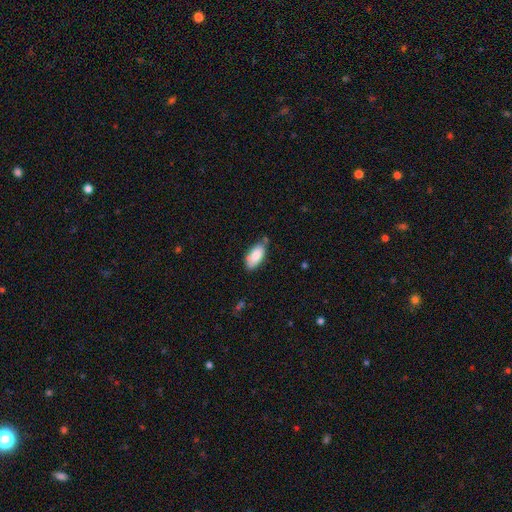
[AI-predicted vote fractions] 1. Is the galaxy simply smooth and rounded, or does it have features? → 85% smooth, 9% featured or disk, 6% star or artifact.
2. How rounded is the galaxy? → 91% in between, 7% cigar-shaped, 2% round.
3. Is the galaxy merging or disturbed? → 69% none, 23% minor disturbance, 5% merger, 4% major disturbance.